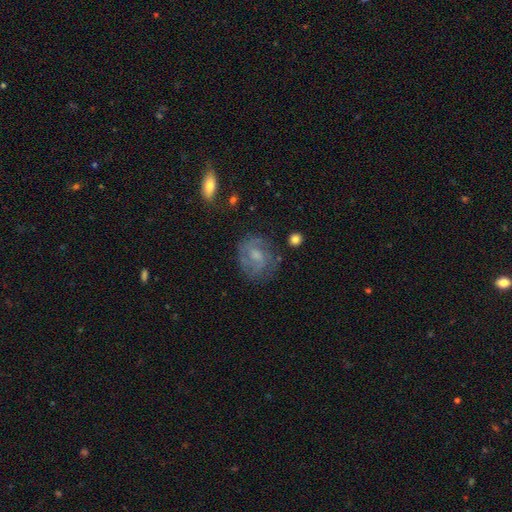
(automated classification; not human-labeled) A featured or disk galaxy (65%) with no bar (49%), 2 (54%) medium (43%) spiral arms (83%) and a moderate central bulge (42%). Merging: none (70%).